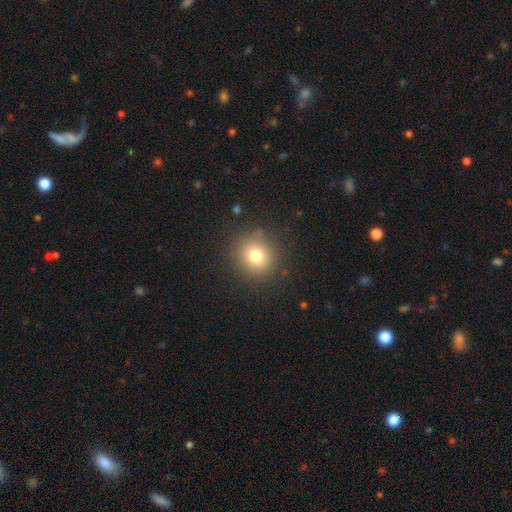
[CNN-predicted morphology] type=smooth (77%); roundness=round (86%); merging=none (87%).